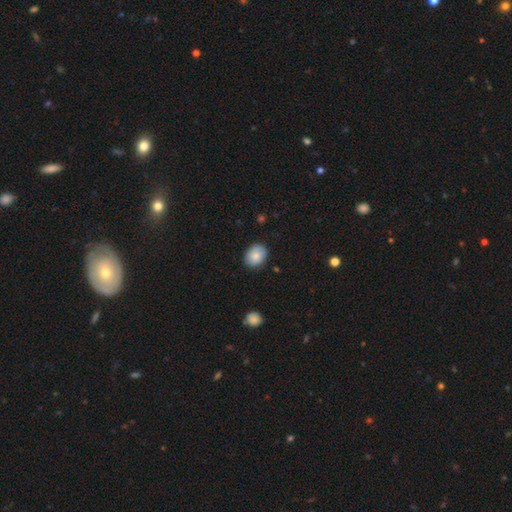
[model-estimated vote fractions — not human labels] This appears to be a smooth galaxy with no disk features (81%) that is in between round and cigar-shaped (61%). Merging: none (81%).